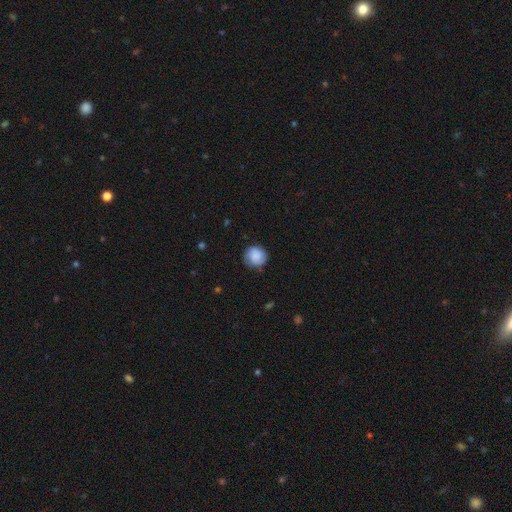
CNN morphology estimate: A smooth galaxy with no disk features (76%) that is round (89%).

Vote fractions:
- Smooth or featured? smooth: 76% / featured or disk: 16% / star or artifact: 8%
- How rounded? round: 89% / in between: 10% / cigar-shaped: 1%
- Merging? none: 81% / minor disturbance: 15% / major disturbance: 4% / merger: 1%